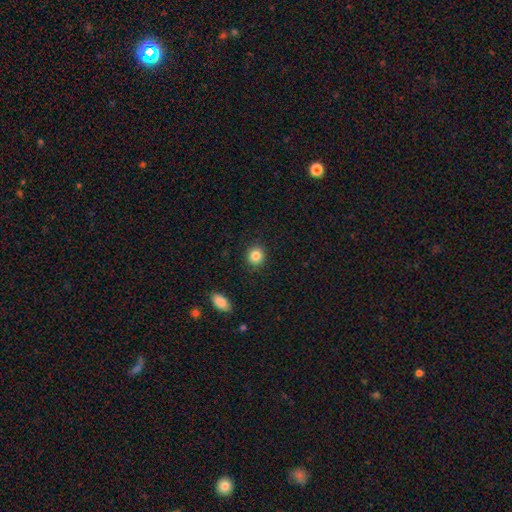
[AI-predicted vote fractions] Smooth or featured?
  - smooth: 85% *
  - star or artifact: 10%
  - featured or disk: 5%
How rounded?
  - round: 85% *
  - in between: 14%
  - cigar-shaped: 1%
Merging?
  - none: 90% *
  - minor disturbance: 7%
  - major disturbance: 2%
  - merger: 1%